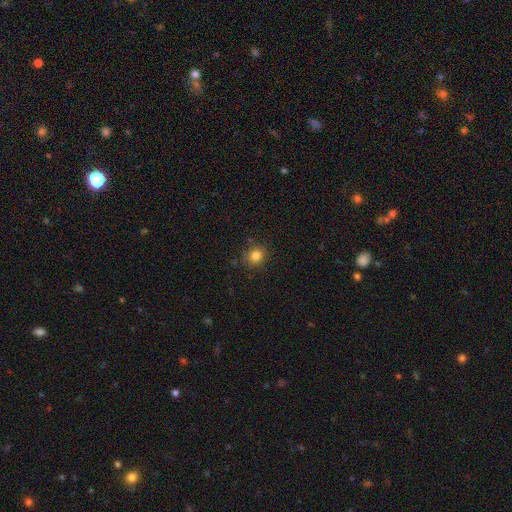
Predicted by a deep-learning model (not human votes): smooth_or_featured: smooth (p=0.82) [alt: star or artifact p=0.13]
how_rounded: round (p=0.86) [alt: in between p=0.13]
merging: none (p=0.84) [alt: minor disturbance p=0.11]